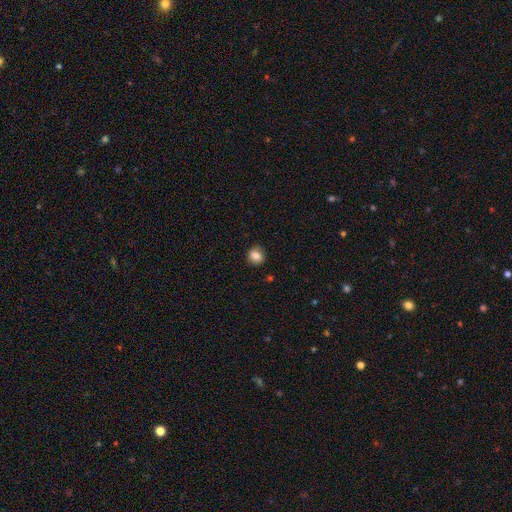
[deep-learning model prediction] A smooth galaxy with no disk features (83%) that is round (84%). Merging: none (87%).